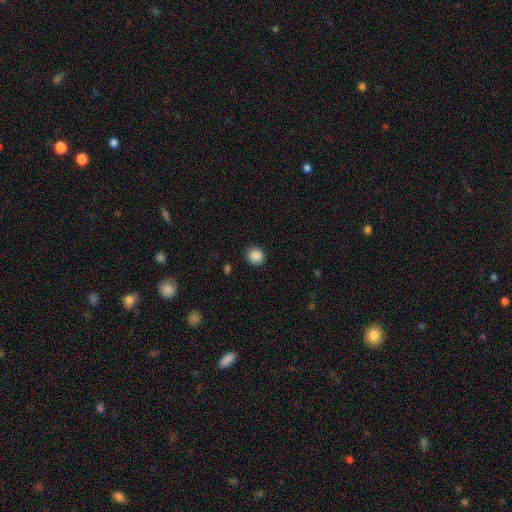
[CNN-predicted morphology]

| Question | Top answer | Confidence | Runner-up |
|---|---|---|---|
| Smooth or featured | smooth | 88% | star or artifact (9%) |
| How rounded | round | 85% | in between (14%) |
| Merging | none | 88% | minor disturbance (8%) |